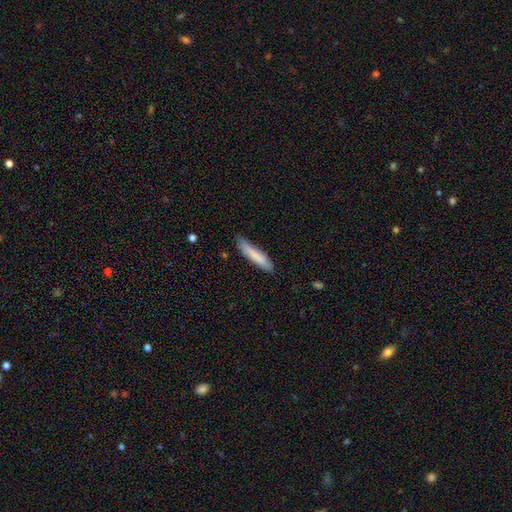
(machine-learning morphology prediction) Smooth or featured: smooth — 81% (featured or disk — 13%)
How rounded: cigar-shaped — 87% (in between — 12%)
Merging: none — 80% (minor disturbance — 16%)